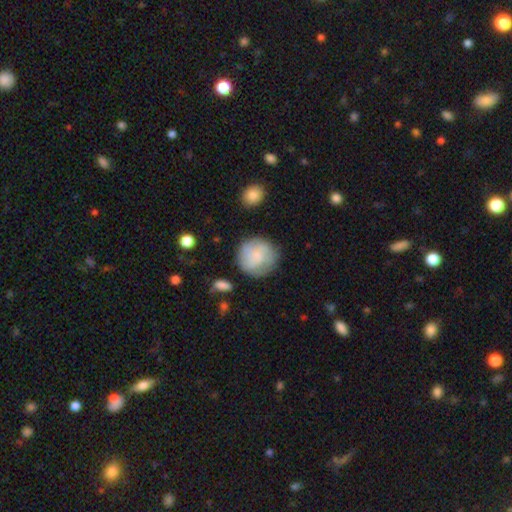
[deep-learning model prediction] Smooth or featured? Predicted: smooth (p=0.68). How rounded? Predicted: round (p=0.92). Merging? Predicted: none (p=0.76).